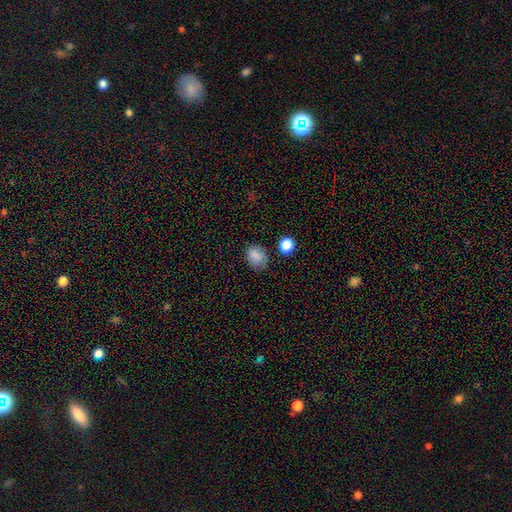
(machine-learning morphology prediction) Smooth or featured? smooth (83%)
How rounded? in between (55%)
Merging? none (75%)